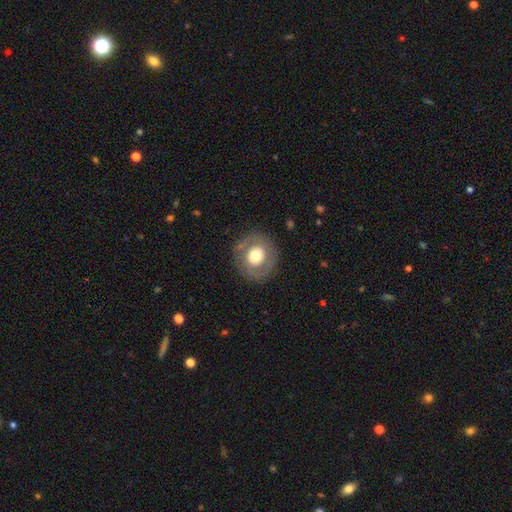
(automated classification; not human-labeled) A smooth galaxy with no disk features (53%) that is round (88%). Merging: none (83%).